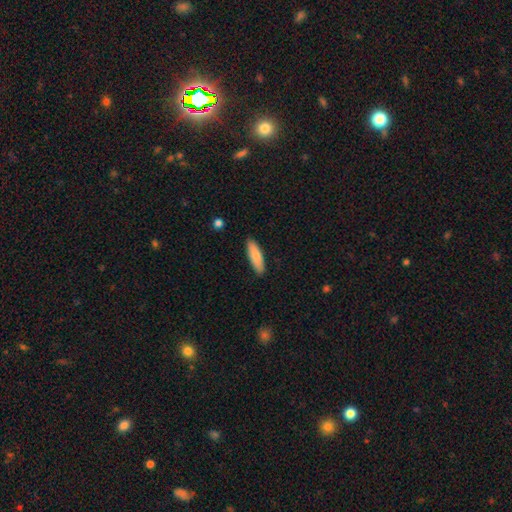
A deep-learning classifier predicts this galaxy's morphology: A smooth galaxy with no disk features (83%) that is cigar-shaped (58%).

Vote fractions:
- Smooth or featured? smooth: 83% / featured or disk: 12% / star or artifact: 5%
- How rounded? cigar-shaped: 58% / in between: 40% / round: 2%
- Merging? none: 89% / minor disturbance: 8% / major disturbance: 2% / merger: 1%